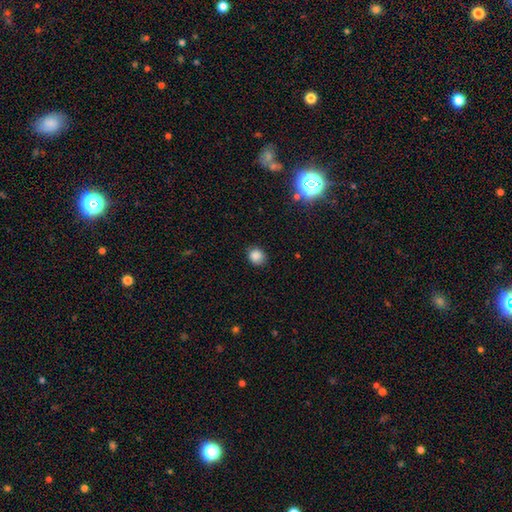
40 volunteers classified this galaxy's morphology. type=smooth (85%); roundness=round (59%); merging=none (84%).